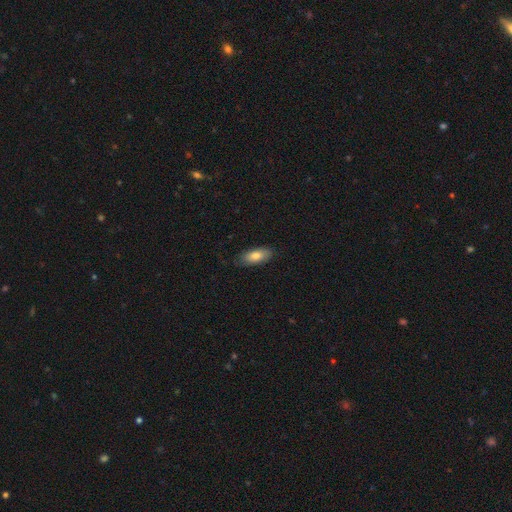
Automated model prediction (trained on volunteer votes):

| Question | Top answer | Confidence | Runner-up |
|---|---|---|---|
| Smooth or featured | smooth | 79% | featured or disk (15%) |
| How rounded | in between | 83% | cigar-shaped (14%) |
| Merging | none | 81% | minor disturbance (15%) |